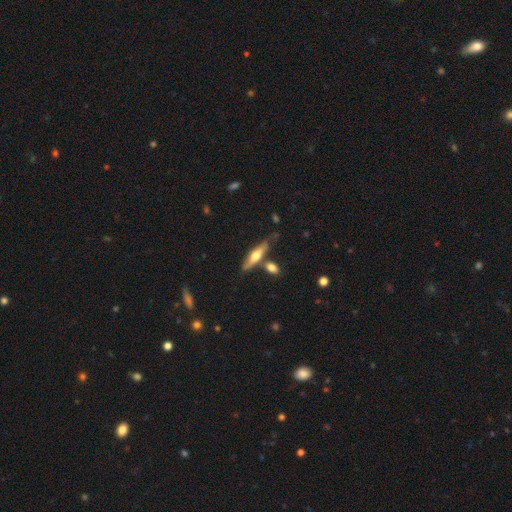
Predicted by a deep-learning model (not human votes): A featured or disk galaxy (53%) viewed edge-on (88%). Merging: none (67%).